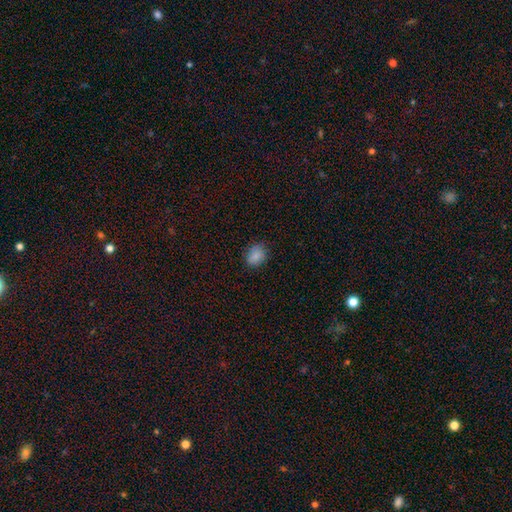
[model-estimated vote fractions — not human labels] This is clearly a smooth galaxy (86%). How rounded: possibly in between (57%). Merging: clearly none (81%).